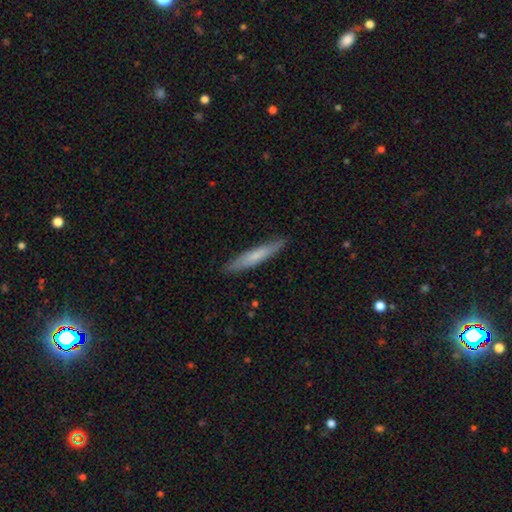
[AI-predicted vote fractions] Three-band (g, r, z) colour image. It shows a smooth galaxy with no disk features (64%) that is cigar-shaped (93%). Merging: none (86%).